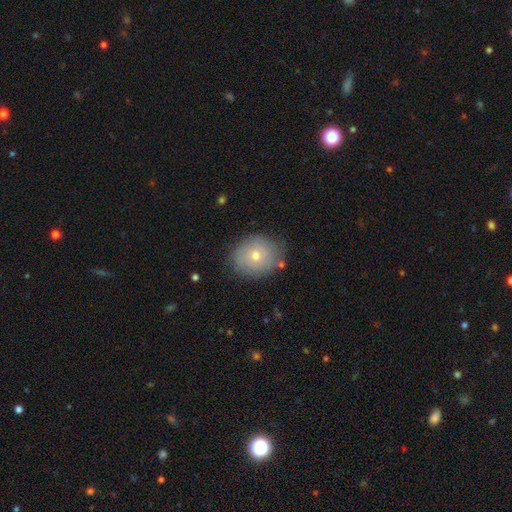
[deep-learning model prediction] smooth_or_featured: smooth (p=0.65) [alt: featured or disk p=0.25]
how_rounded: round (p=0.64) [alt: in between p=0.35]
merging: none (p=0.79) [alt: minor disturbance p=0.15]